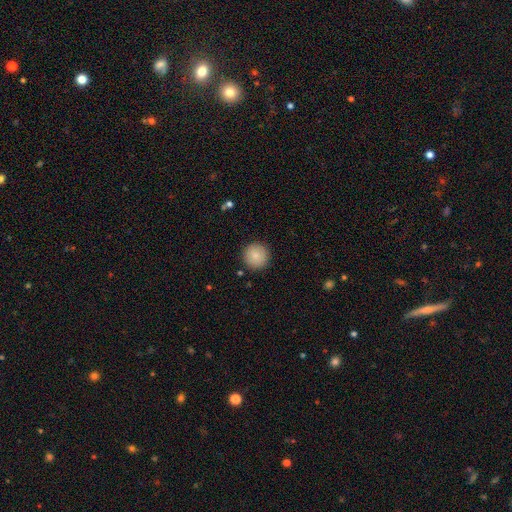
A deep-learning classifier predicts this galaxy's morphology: Overall: smooth (85%). How rounded: round (95%). Merging: none (91%).